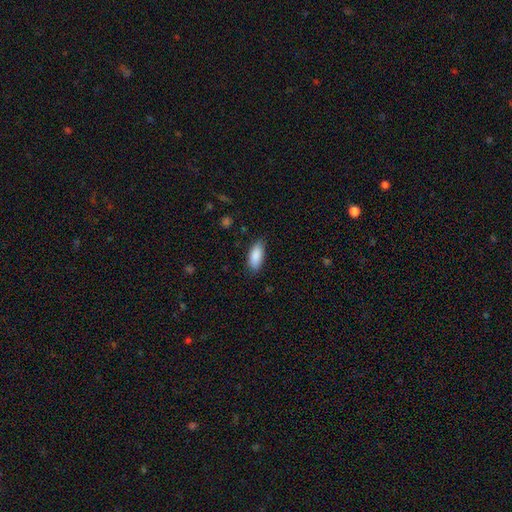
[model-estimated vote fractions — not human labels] Q: Smooth or featured?
A: smooth (89%); runner-up: star or artifact (6%)
Q: How rounded?
A: in between (84%); runner-up: cigar-shaped (14%)
Q: Merging?
A: none (81%); runner-up: minor disturbance (15%)